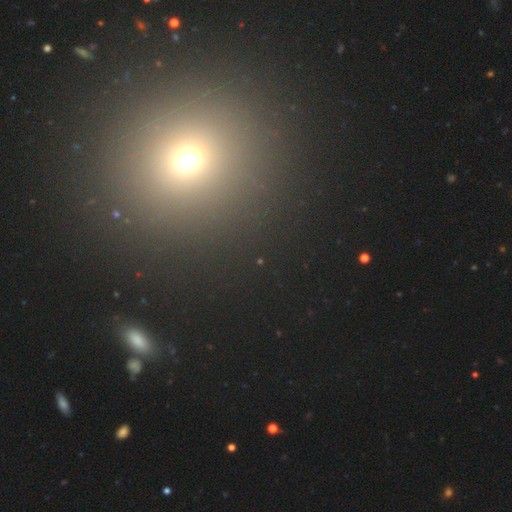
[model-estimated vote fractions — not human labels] Smooth or featured? Predicted: smooth (p=0.54). How rounded? Predicted: round (p=0.89). Merging? Predicted: none (p=0.91).